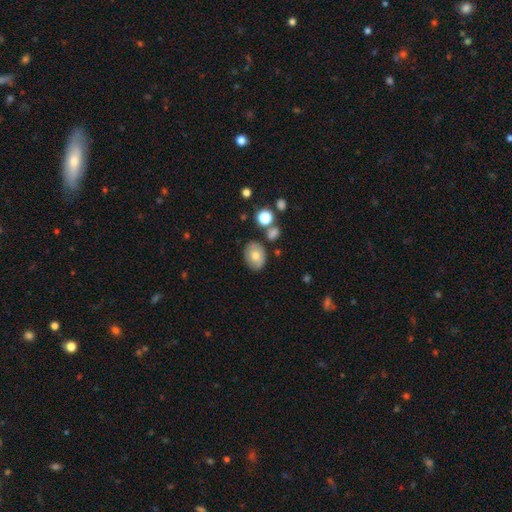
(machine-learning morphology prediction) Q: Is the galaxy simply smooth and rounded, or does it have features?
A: smooth — 71%.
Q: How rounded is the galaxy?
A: in between — 67%.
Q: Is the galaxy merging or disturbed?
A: none — 75%.